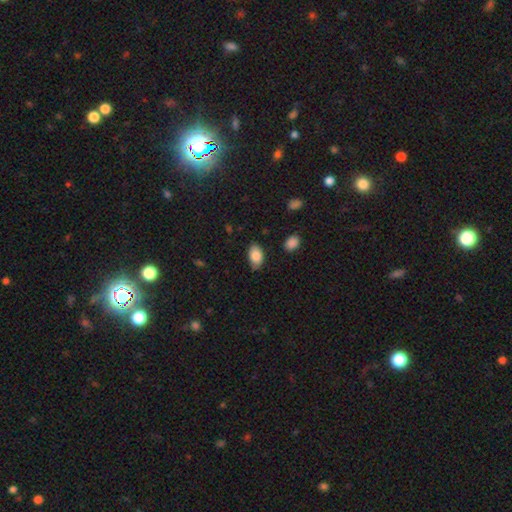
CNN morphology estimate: Overall: smooth (85%). How rounded: in between (91%). Merging: none (77%).